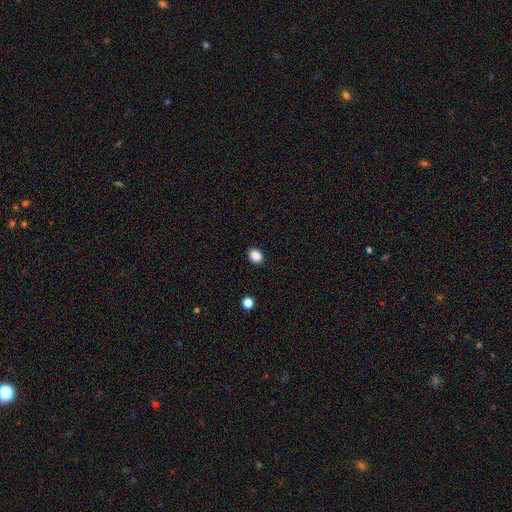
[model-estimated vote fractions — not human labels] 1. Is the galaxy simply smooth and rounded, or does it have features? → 87% smooth, 10% star or artifact, 3% featured or disk.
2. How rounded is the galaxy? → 56% round, 43% in between, 1% cigar-shaped.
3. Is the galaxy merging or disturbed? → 91% none, 6% minor disturbance, 2% major disturbance, 1% merger.